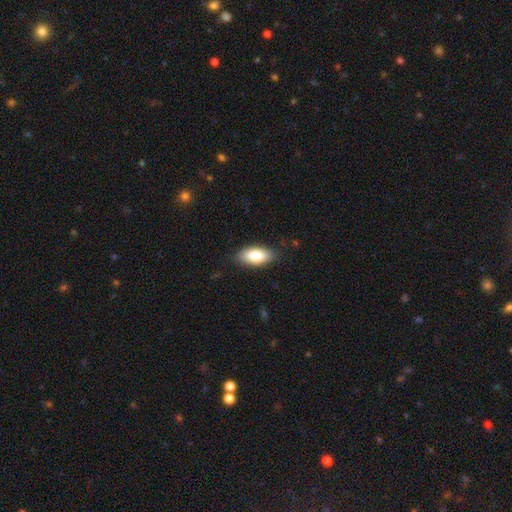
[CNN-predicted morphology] Smooth or featured? smooth (83%)
How rounded? in between (89%)
Merging? none (82%)